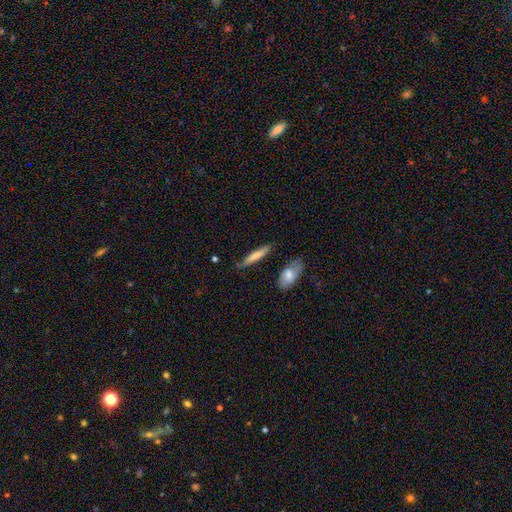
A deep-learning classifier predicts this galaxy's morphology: smooth_or_featured: smooth (p=0.73) [alt: featured or disk p=0.21]
how_rounded: cigar-shaped (p=0.86) [alt: in between p=0.13]
merging: none (p=0.81) [alt: minor disturbance p=0.13]